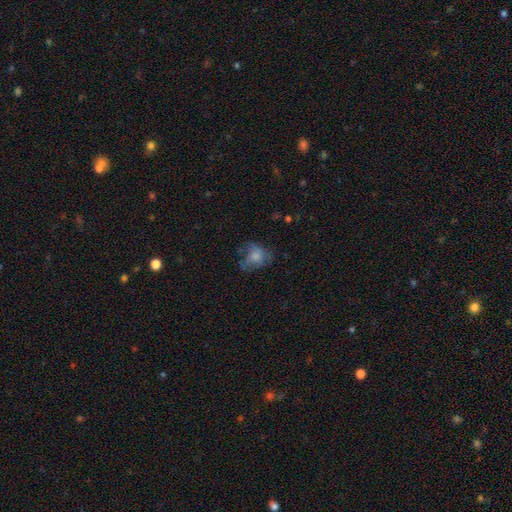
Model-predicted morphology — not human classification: Smooth or featured? smooth (66%)
How rounded? round (54%)
Merging? none (44%)